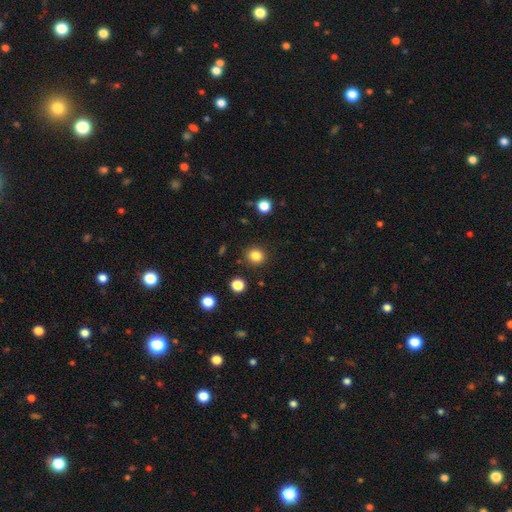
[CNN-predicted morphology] A smooth galaxy with no disk features (84%) that is round (87%).

Vote fractions:
- Smooth or featured? smooth: 84% / star or artifact: 12% / featured or disk: 4%
- How rounded? round: 87% / in between: 12% / cigar-shaped: 1%
- Merging? none: 89% / minor disturbance: 6% / major disturbance: 2% / merger: 2%